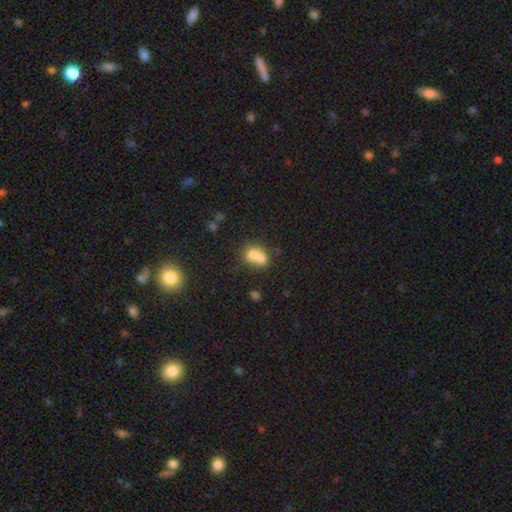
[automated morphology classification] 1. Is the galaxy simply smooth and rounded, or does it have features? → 69% smooth, 21% featured or disk, 11% star or artifact.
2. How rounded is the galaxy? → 60% round, 39% in between, 1% cigar-shaped.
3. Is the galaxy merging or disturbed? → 65% merger, 24% none, 7% minor disturbance, 4% major disturbance.